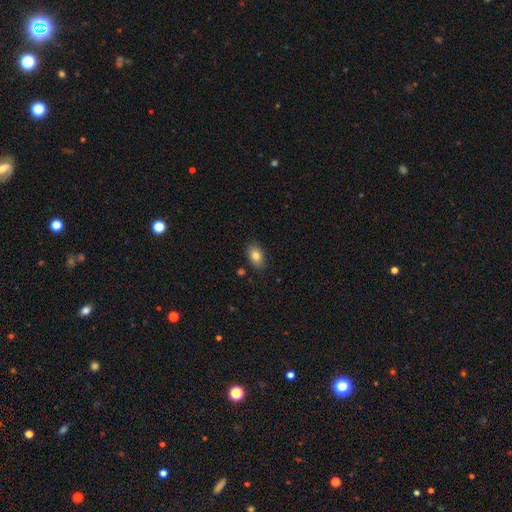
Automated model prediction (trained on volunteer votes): Q: Smooth or featured?
A: smooth (81%); runner-up: featured or disk (10%)
Q: How rounded?
A: in between (85%); runner-up: round (13%)
Q: Merging?
A: none (83%); runner-up: minor disturbance (13%)